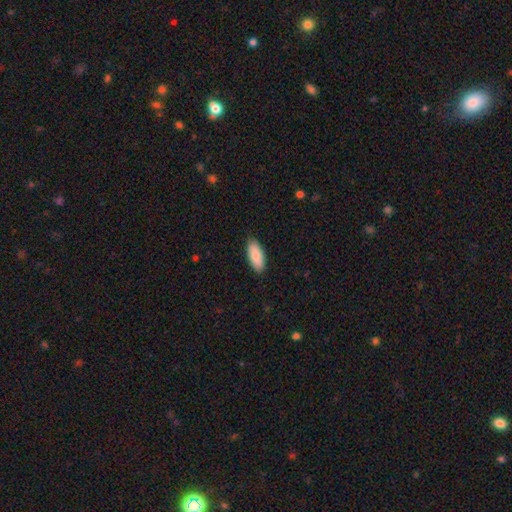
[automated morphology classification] The model was most divided on "how rounded": in between: 87%, cigar-shaped: 11%, round: 2%. More confident: merging — none (87%); smooth or featured — smooth (86%).